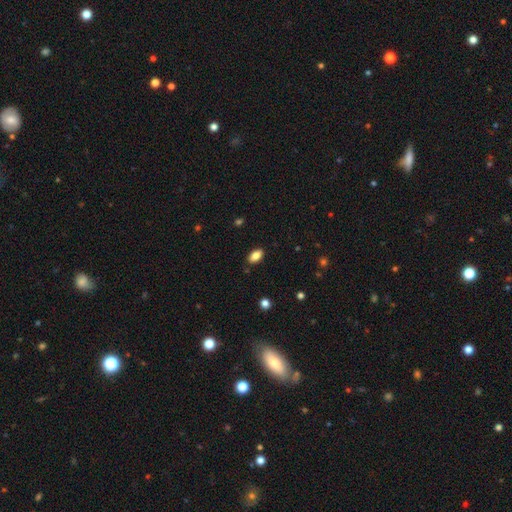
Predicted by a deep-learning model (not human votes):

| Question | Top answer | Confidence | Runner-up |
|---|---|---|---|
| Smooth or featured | smooth | 85% | star or artifact (9%) |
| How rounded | in between | 92% | round (5%) |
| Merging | none | 87% | minor disturbance (9%) |